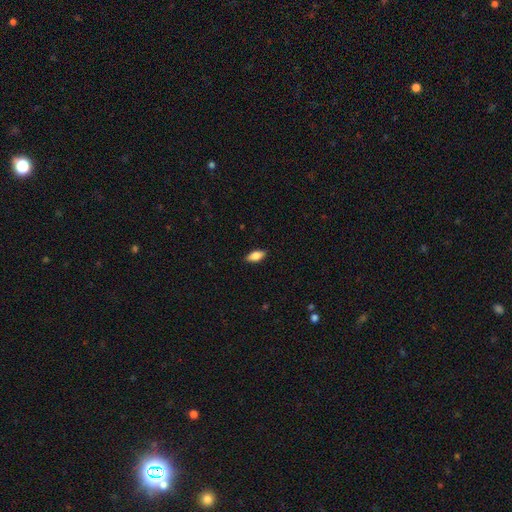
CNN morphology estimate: A smooth galaxy with no disk features (82%) that is in between round and cigar-shaped (88%). Merging: none (88%).